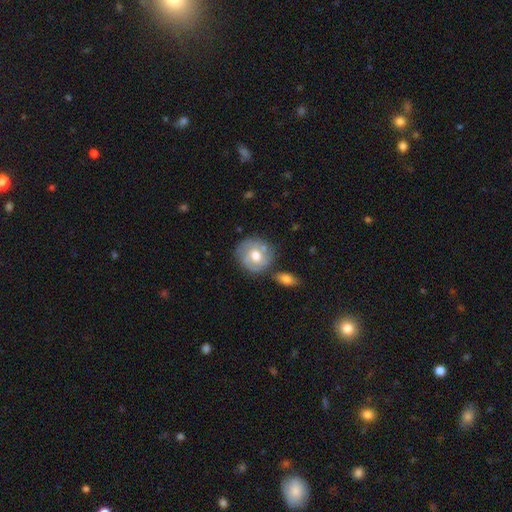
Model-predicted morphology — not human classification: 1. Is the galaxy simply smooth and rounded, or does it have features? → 48% featured or disk, 46% smooth, 7% star or artifact.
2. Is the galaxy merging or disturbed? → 66% none, 18% minor disturbance, 11% merger, 5% major disturbance.